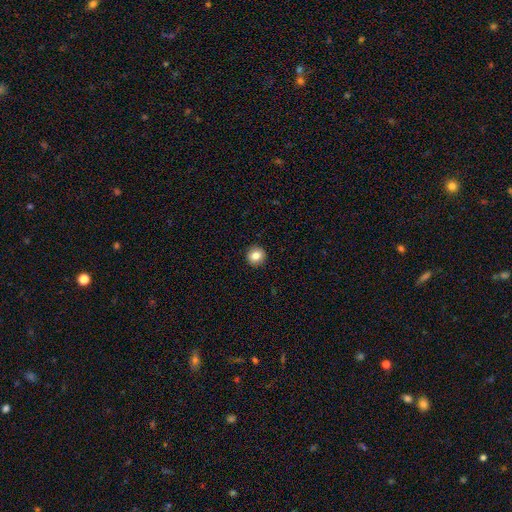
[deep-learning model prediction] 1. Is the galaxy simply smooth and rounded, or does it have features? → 83% smooth, 10% star or artifact, 7% featured or disk.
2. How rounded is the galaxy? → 93% round, 6% in between, 1% cigar-shaped.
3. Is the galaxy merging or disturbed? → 93% none, 5% minor disturbance, 2% major disturbance, 1% merger.